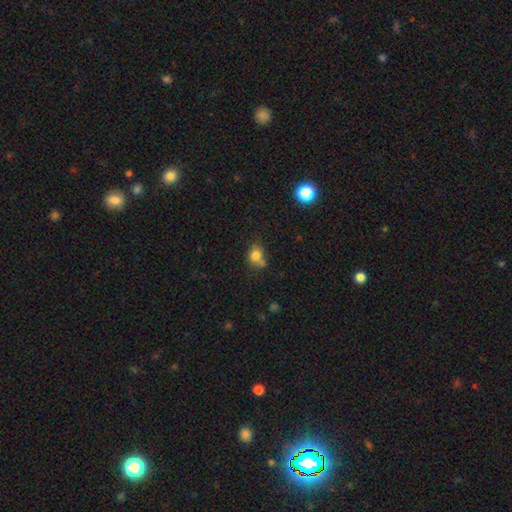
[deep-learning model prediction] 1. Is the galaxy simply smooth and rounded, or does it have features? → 77% smooth, 12% star or artifact, 11% featured or disk.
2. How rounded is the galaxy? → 60% round, 39% in between, 1% cigar-shaped.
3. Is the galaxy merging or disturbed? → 46% none, 25% merger, 22% minor disturbance, 8% major disturbance.